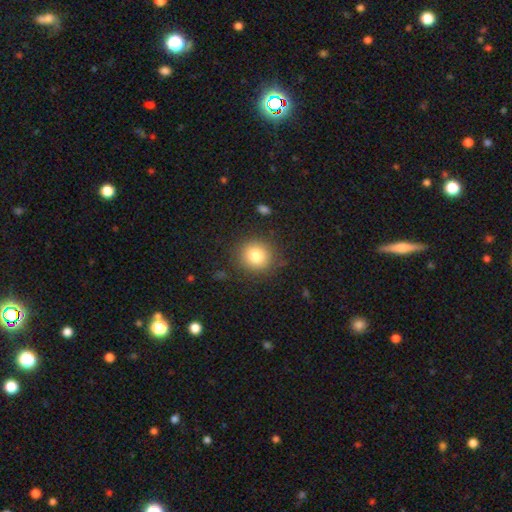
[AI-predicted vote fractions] Smooth or featured: smooth — 81% (star or artifact — 11%)
How rounded: round — 88% (in between — 11%)
Merging: none — 86% (minor disturbance — 9%)